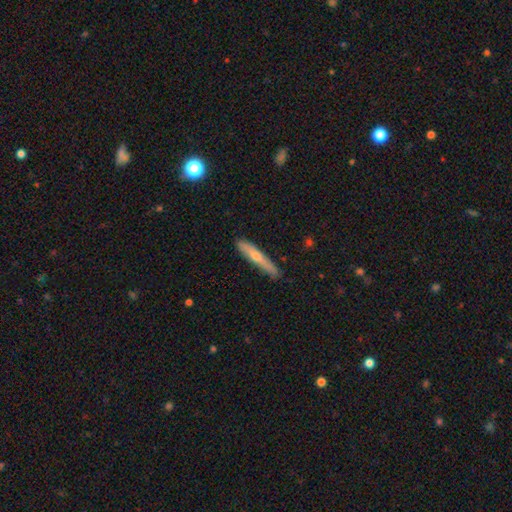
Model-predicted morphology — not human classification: Smooth or featured?
  - smooth: 51% *
  - featured or disk: 42%
  - star or artifact: 7%
How rounded?
  - cigar-shaped: 93% *
  - in between: 5%
  - round: 2%
Merging?
  - none: 81% *
  - minor disturbance: 15%
  - major disturbance: 2%
  - merger: 2%